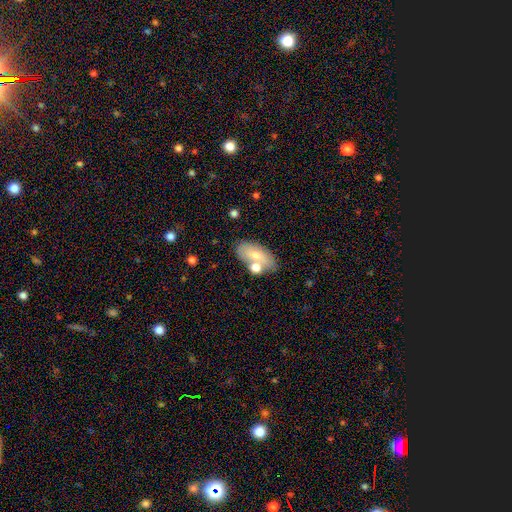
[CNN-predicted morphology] smooth_or_featured: smooth (p=0.65) [alt: featured or disk p=0.27]
how_rounded: in between (p=0.89) [alt: cigar-shaped p=0.06]
merging: none (p=0.64) [alt: merger p=0.16]